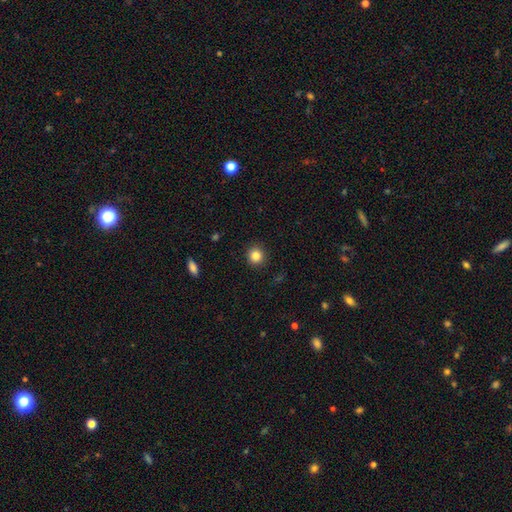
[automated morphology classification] Overall: smooth (84%). How rounded: round (92%). Merging: none (92%).